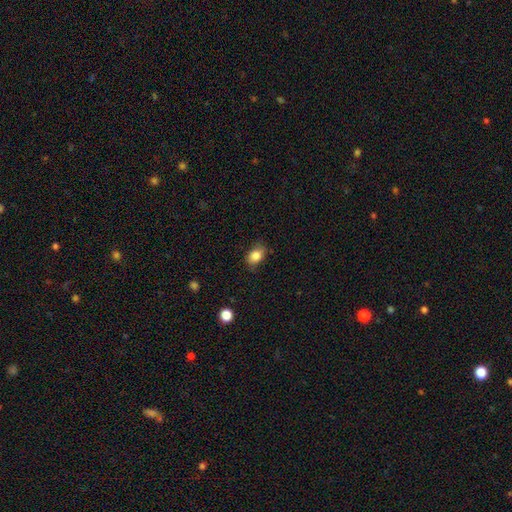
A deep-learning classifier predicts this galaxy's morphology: Smooth or featured: smooth — 84% (star or artifact — 9%)
How rounded: in between — 72% (round — 27%)
Merging: none — 76% (minor disturbance — 19%)